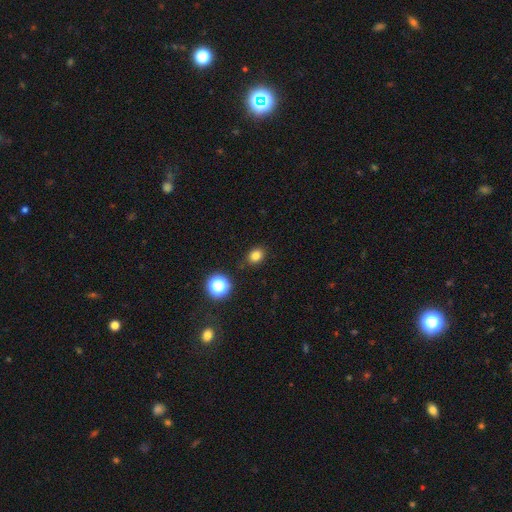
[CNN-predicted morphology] Smooth or featured? smooth (79%)
How rounded? round (55%)
Merging? none (84%)